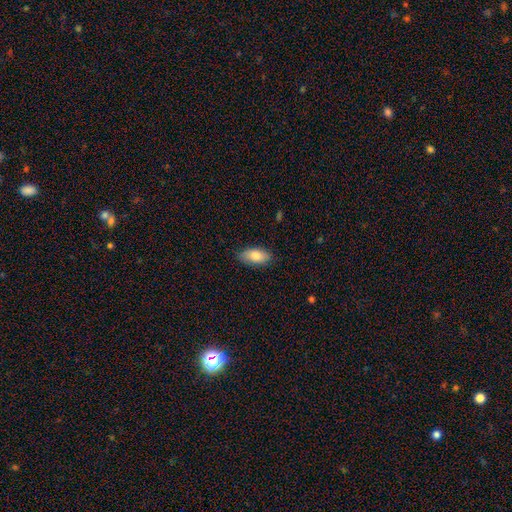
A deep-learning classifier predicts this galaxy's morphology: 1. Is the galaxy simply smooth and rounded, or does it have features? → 82% smooth, 11% featured or disk, 7% star or artifact.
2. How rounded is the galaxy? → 90% in between, 7% cigar-shaped, 3% round.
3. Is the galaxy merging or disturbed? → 82% none, 15% minor disturbance, 3% major disturbance, 1% merger.